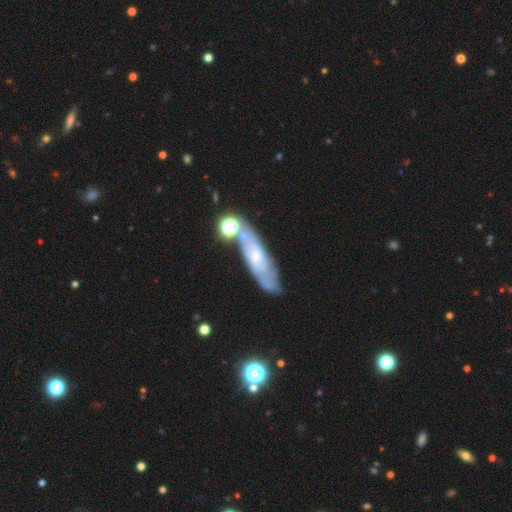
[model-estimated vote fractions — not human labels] A featured or disk galaxy (61%).

Vote fractions:
- Smooth or featured? featured or disk: 61% / smooth: 29% / star or artifact: 10%
- Edge-on disk? no: 69% / yes: 31%
- Merging? none: 62% / minor disturbance: 19% / merger: 13% / major disturbance: 6%